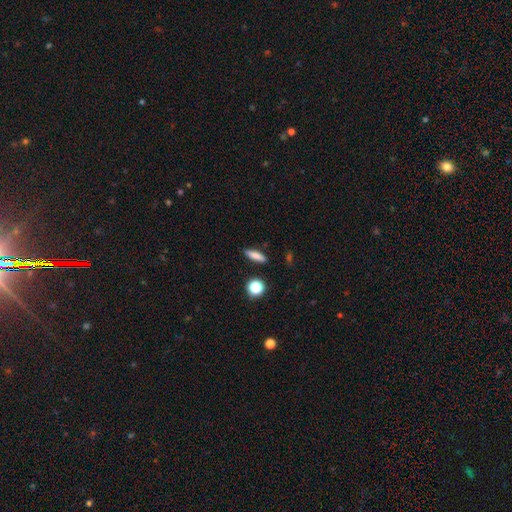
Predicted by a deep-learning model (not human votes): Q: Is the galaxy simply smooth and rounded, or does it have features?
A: smooth — 79%.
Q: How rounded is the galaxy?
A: cigar-shaped — 64%.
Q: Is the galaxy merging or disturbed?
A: none — 88%.